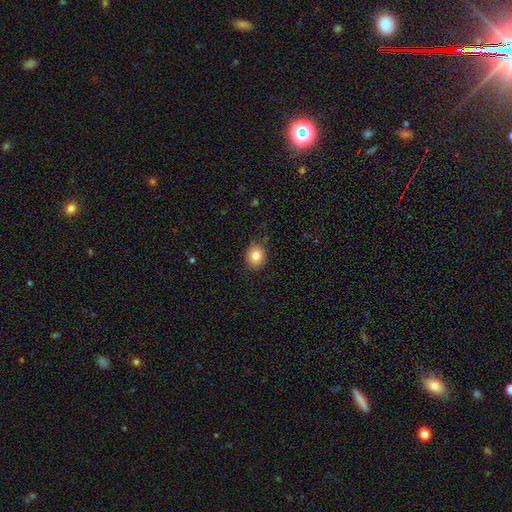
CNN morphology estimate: Smooth or featured? Predicted: smooth (p=0.81). How rounded? Predicted: round (p=0.72). Merging? Predicted: none (p=0.83).